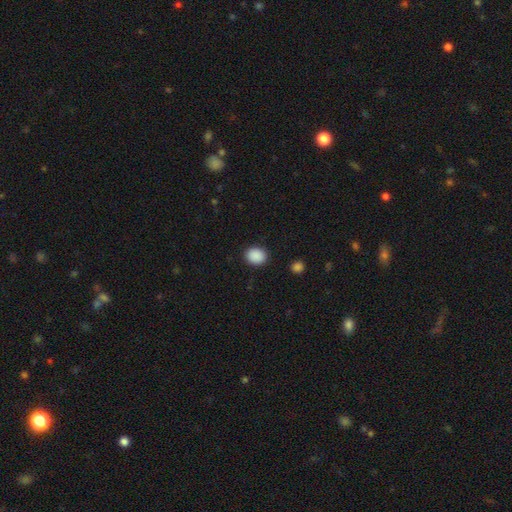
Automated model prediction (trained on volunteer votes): A smooth galaxy with no disk features (90%) that is round (53%). Merging: none (89%).